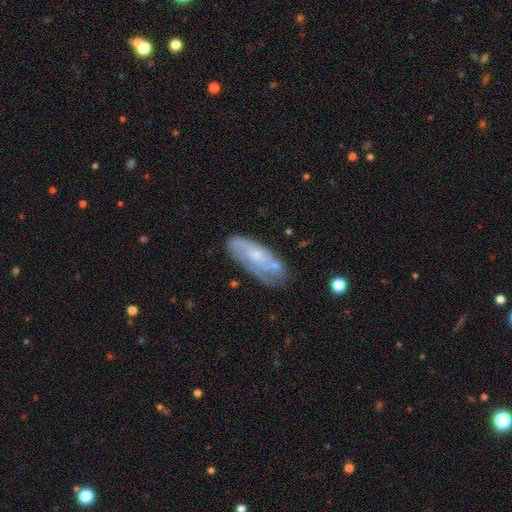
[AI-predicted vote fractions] A featured or disk galaxy (58%) with no bar (73%), spiral arms (69%) and a small central bulge (52%). Merging: none (59%).